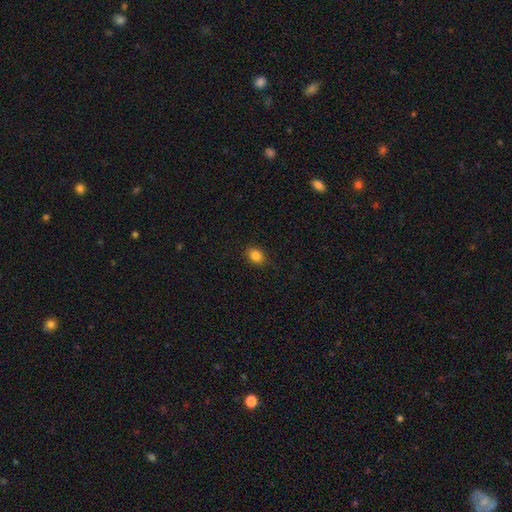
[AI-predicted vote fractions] A smooth galaxy with no disk features (85%) that is in between round and cigar-shaped (69%).

Vote fractions:
- Smooth or featured? smooth: 85% / star or artifact: 10% / featured or disk: 5%
- How rounded? in between: 69% / round: 30% / cigar-shaped: 1%
- Merging? none: 87% / minor disturbance: 10% / major disturbance: 2% / merger: 1%